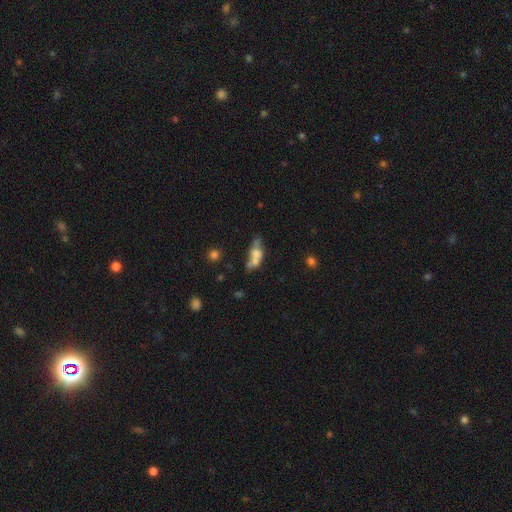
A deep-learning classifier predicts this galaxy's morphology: Smooth or featured? Predicted: smooth (p=0.51). How rounded? Predicted: in between (p=0.70). Merging? Predicted: merger (p=0.50).